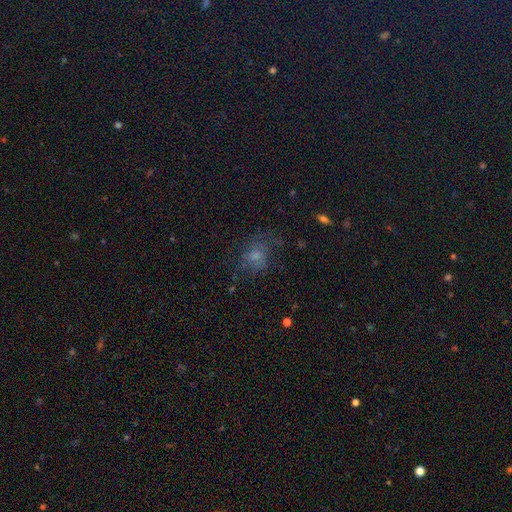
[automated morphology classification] A smooth galaxy with no disk features (55%) that is round (53%). Merging: none (53%).